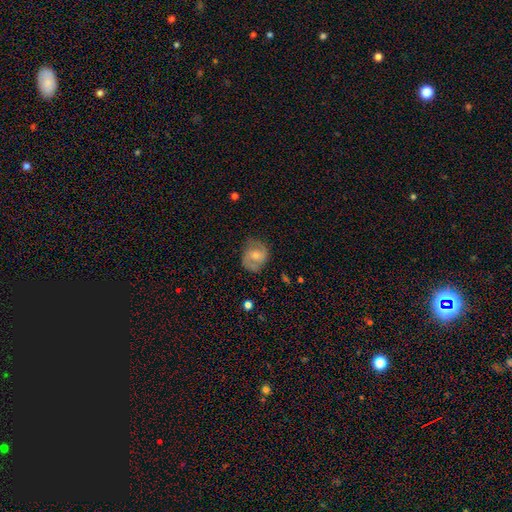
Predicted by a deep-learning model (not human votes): Smooth or featured: featured or disk — 65% (smooth — 28%)
Edge-on disk: no — 97% (yes — 3%)
Bar: no — 52% (weak — 39%)
Spiral arms: yes — 89% (no — 11%)
Spiral winding: medium — 51% (tight — 26%)
Spiral arm count: 2 — 87% (can't tell — 7%)
Bulge size: moderate — 49% (small — 42%)
Merging: none — 73% (minor disturbance — 19%)